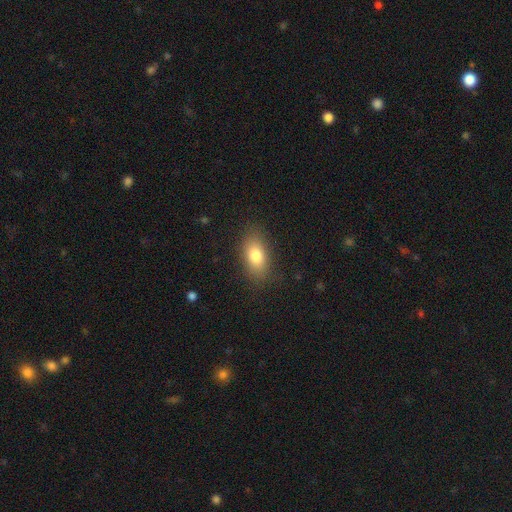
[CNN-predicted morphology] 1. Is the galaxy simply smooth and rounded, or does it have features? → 80% smooth, 11% featured or disk, 9% star or artifact.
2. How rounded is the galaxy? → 87% in between, 8% round, 5% cigar-shaped.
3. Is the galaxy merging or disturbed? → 83% none, 12% minor disturbance, 4% major disturbance, 1% merger.